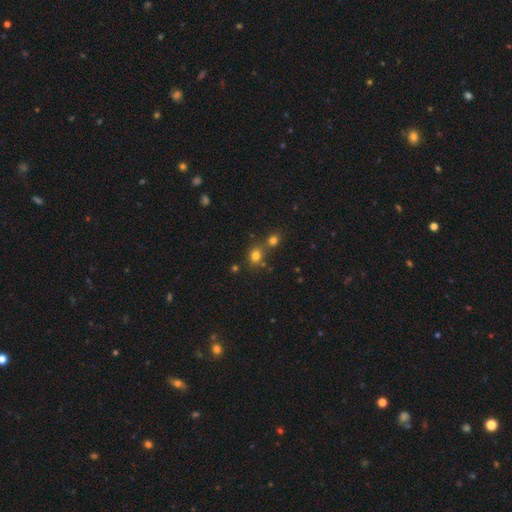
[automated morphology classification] A smooth galaxy with no disk features (74%) that is round (76%). Merging: none (57%).